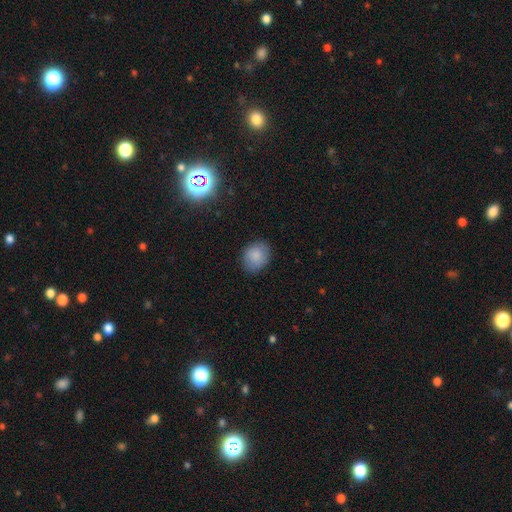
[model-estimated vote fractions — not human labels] Smooth or featured? Predicted: smooth (p=0.85). How rounded? Predicted: in between (p=0.51). Merging? Predicted: none (p=0.83).